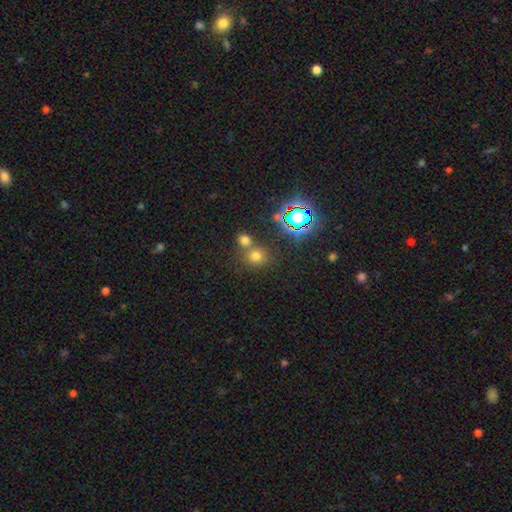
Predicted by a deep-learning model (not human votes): Morphology: type=smooth (65%); roundness=round (82%); merging=none (57%).